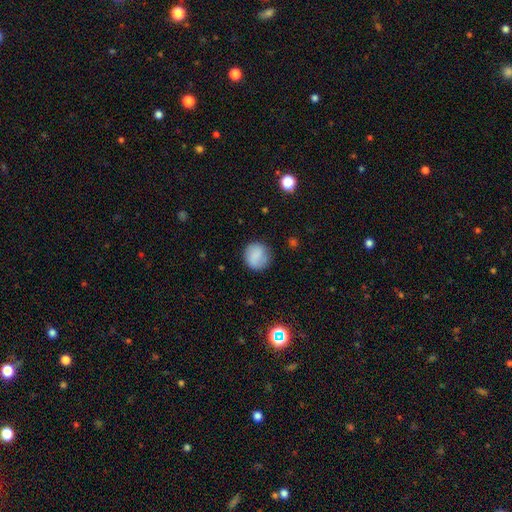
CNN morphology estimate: smooth 83%, featured or disk 9%, star or artifact 8%. Down the decision tree: how rounded — round (90%); merging — none (82%).